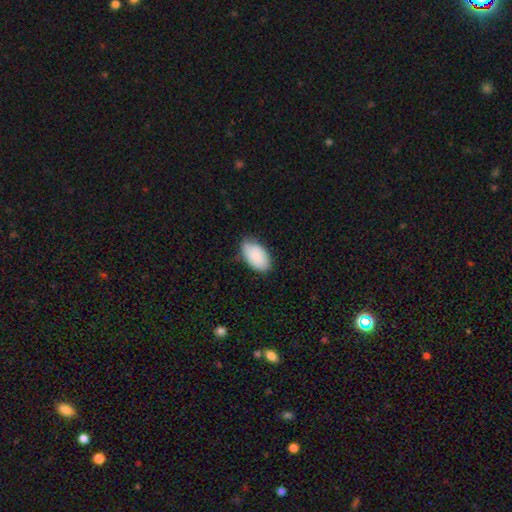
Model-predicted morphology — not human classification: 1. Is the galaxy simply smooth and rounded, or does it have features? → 86% smooth, 8% featured or disk, 6% star or artifact.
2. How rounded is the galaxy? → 95% in between, 3% round, 1% cigar-shaped.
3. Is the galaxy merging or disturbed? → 69% none, 26% minor disturbance, 4% major disturbance, 1% merger.